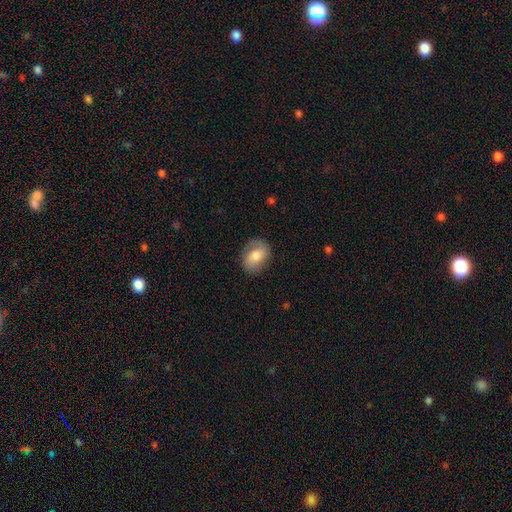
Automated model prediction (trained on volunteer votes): smooth-or-featured: smooth: 63% | featured or disk: 29% | star or artifact: 7%
  how-rounded: in between: 65% | round: 34% | cigar-shaped: 1%
  merging: none: 76% | minor disturbance: 17% | major disturbance: 6% | merger: 1%